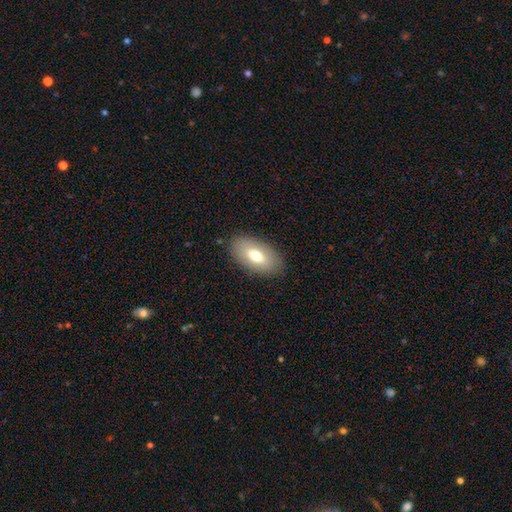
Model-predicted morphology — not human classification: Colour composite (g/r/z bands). It shows a smooth galaxy with no disk features (70%) that is in between round and cigar-shaped (93%). Merging: none (86%).